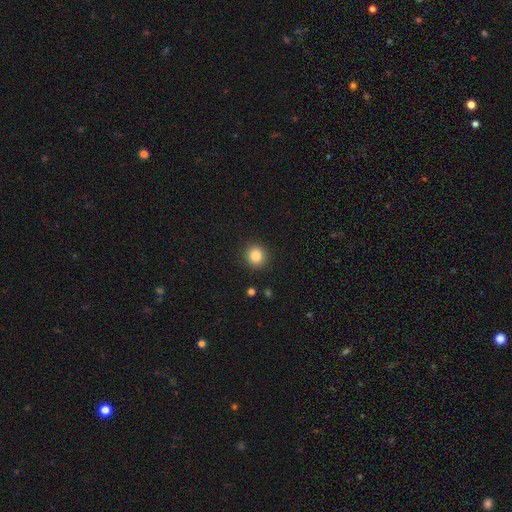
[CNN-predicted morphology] Smooth or featured? Predicted: smooth (p=0.85). How rounded? Predicted: round (p=0.89). Merging? Predicted: none (p=0.91).